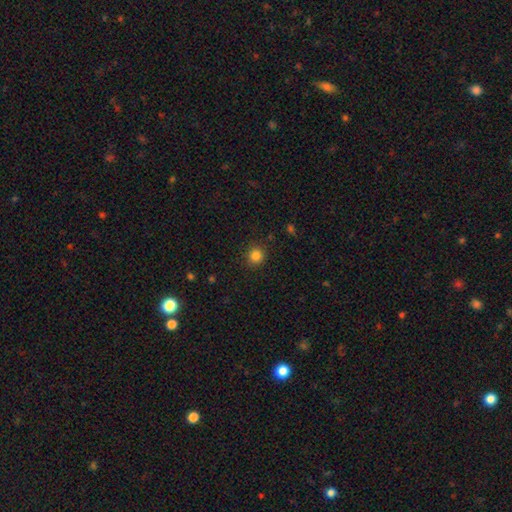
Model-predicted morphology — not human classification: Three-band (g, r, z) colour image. It shows a smooth galaxy with no disk features (83%) that is round (89%). Merging: none (90%).